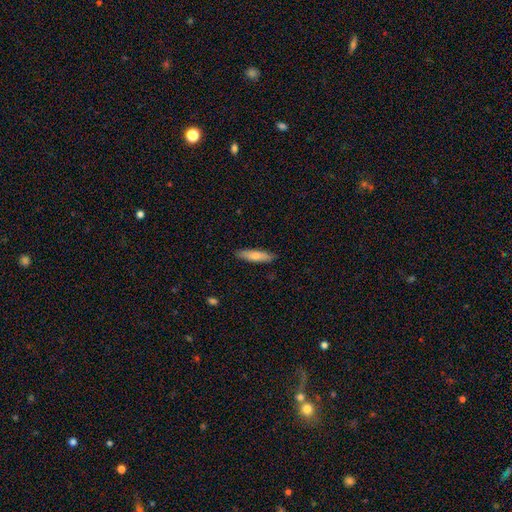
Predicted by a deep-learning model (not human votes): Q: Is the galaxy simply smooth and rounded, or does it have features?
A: smooth — 73%.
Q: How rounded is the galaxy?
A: cigar-shaped — 70%.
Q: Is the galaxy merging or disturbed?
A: none — 86%.